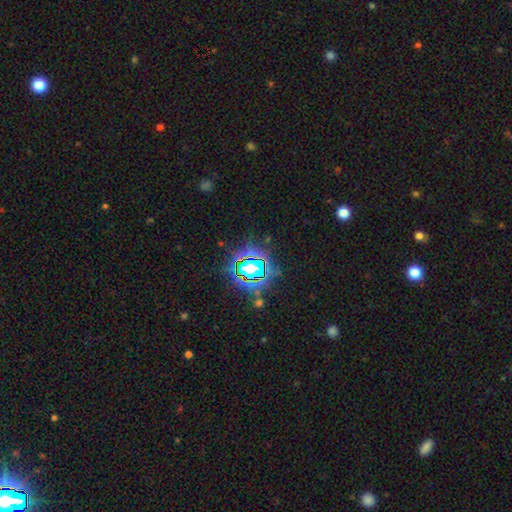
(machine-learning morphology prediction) Overall: star or artifact (82%).